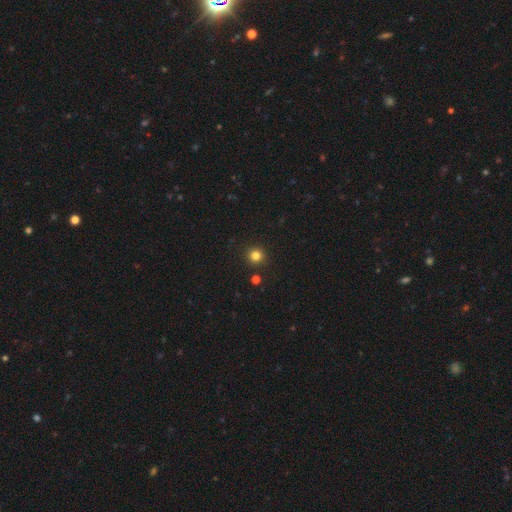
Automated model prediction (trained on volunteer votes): This is clearly a smooth galaxy (81%). How rounded: clearly round (94%). Merging: clearly none (91%).